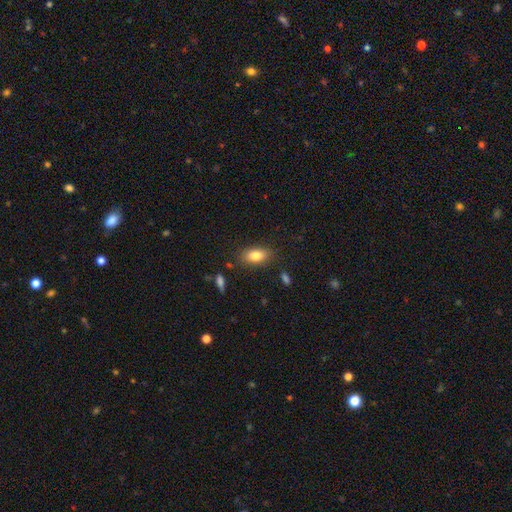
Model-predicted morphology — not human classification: Q: Smooth or featured?
A: smooth (82%); runner-up: featured or disk (10%)
Q: How rounded?
A: in between (87%); runner-up: round (7%)
Q: Merging?
A: none (82%); runner-up: minor disturbance (12%)